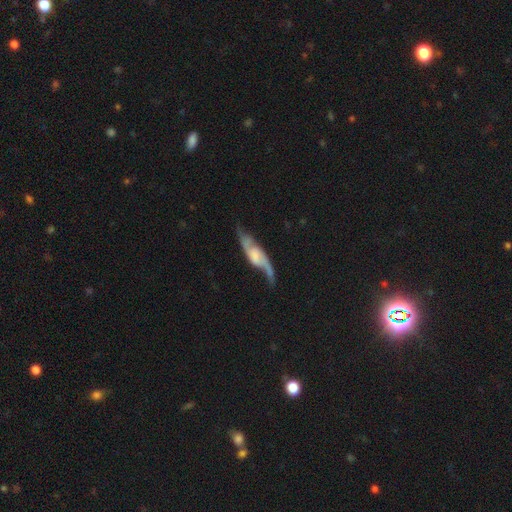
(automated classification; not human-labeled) A featured or disk galaxy (79%) with no bar (47%), 2 (87%) loose (67%) spiral arms (93%) and no central bulge (33%).

Vote fractions:
- Smooth or featured? featured or disk: 79% / smooth: 15% / star or artifact: 5%
- Edge-on disk? no: 80% / yes: 20%
- Bar? no: 47% / weak: 39% / strong: 15%
- Spiral arms? yes: 93% / no: 7%
- Spiral winding? loose: 67% / medium: 25% / tight: 7%
- Spiral arm count? 2: 87% / 1: 5% / can't tell: 5% / 3: 2% / 4: 1% / more than 4: 1%
- Bulge size? none: 33% / moderate: 26% / small: 25% / large: 14% / dominant: 3%
- Merging? none: 57% / minor disturbance: 22% / major disturbance: 17% / merger: 4%